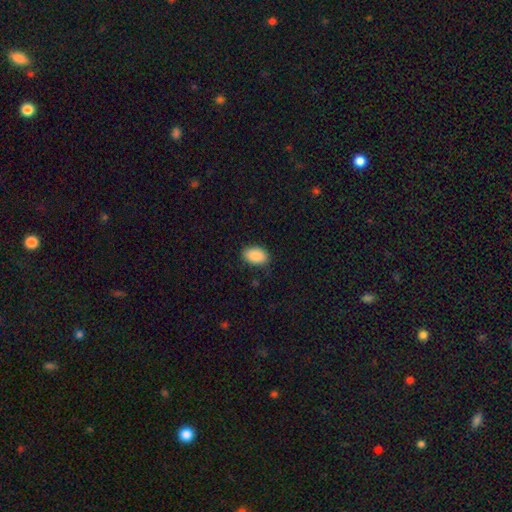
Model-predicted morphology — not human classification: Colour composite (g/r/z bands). It shows a smooth galaxy with no disk features (89%) that is in between round and cigar-shaped (90%). Merging: none (85%).